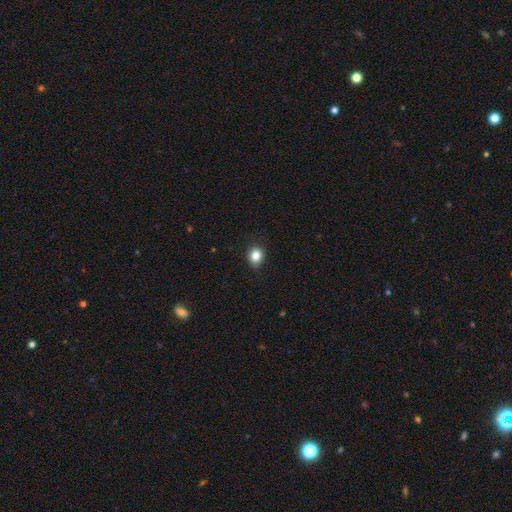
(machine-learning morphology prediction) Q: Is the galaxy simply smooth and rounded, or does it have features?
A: smooth — 83%.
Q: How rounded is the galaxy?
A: round — 63%.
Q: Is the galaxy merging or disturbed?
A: none — 88%.